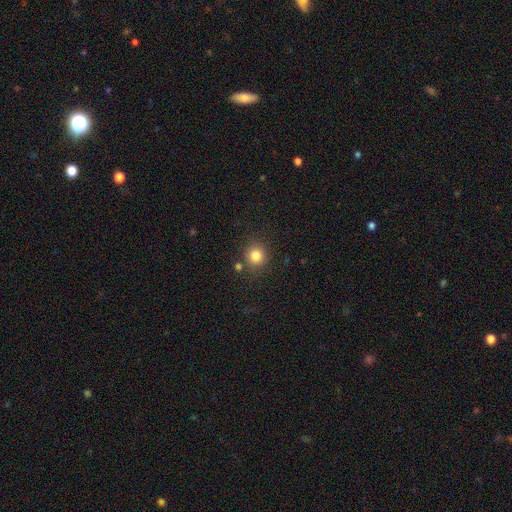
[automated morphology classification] Smooth or featured? Predicted: smooth (p=0.82). How rounded? Predicted: round (p=0.90). Merging? Predicted: none (p=0.83).